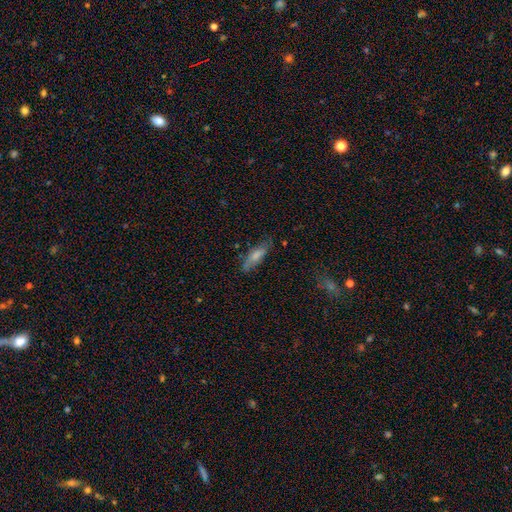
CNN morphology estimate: This appears to be a smooth galaxy with no disk features (72%) that is cigar-shaped (52%). Merging: none (71%).